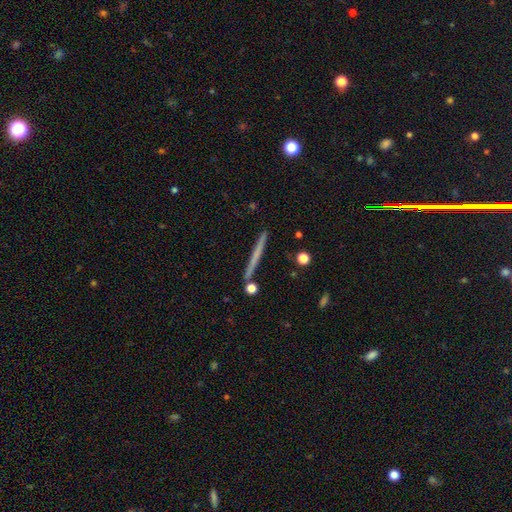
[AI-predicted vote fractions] Smooth or featured: featured or disk — 47% (tied with smooth — 47%)
Merging: none — 89% (minor disturbance — 7%)